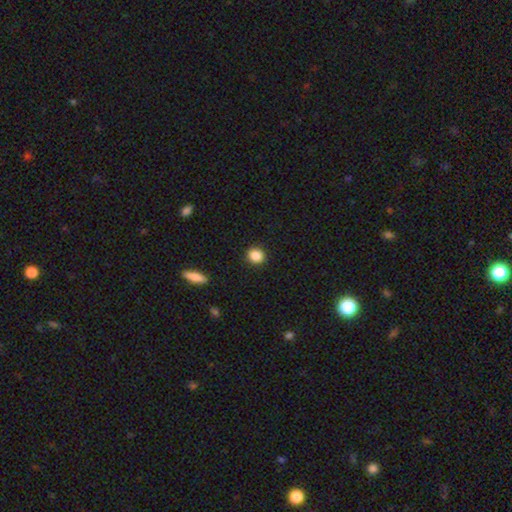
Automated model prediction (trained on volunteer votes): This is clearly a smooth galaxy (87%). How rounded: clearly round (84%). Merging: clearly none (91%).